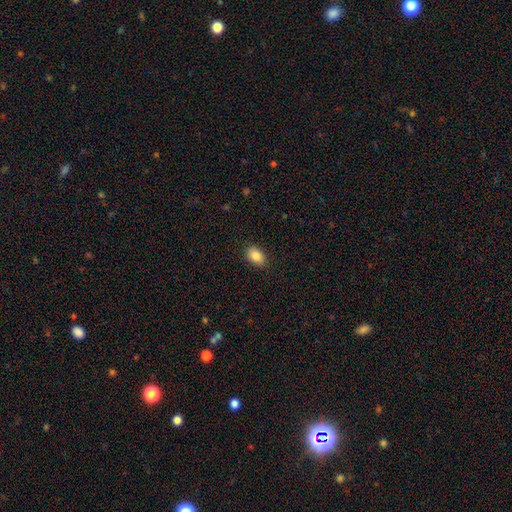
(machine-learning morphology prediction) Smooth or featured? Predicted: smooth (p=0.87). How rounded? Predicted: in between (p=0.86). Merging? Predicted: none (p=0.89).